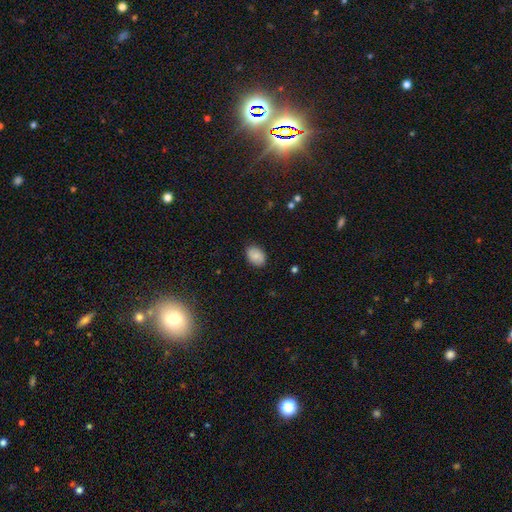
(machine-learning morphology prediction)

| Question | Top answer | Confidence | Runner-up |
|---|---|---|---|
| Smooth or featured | smooth | 80% | featured or disk (12%) |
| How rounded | in between | 75% | round (24%) |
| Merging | none | 83% | minor disturbance (13%) |